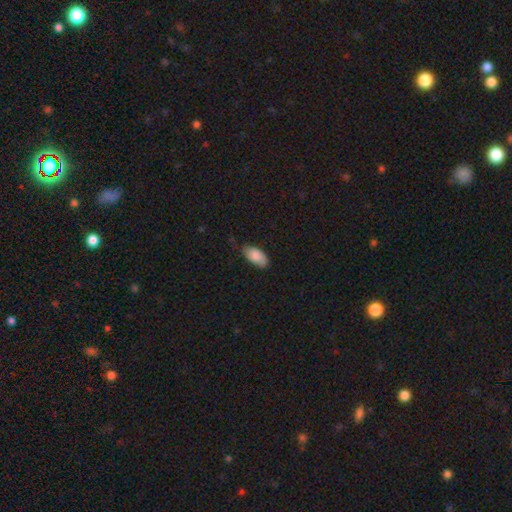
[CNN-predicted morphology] The model was most divided on "merging": none: 61%, minor disturbance: 32%, major disturbance: 5%, merger: 2%. More confident: how rounded — in between (93%); smooth or featured — smooth (82%).